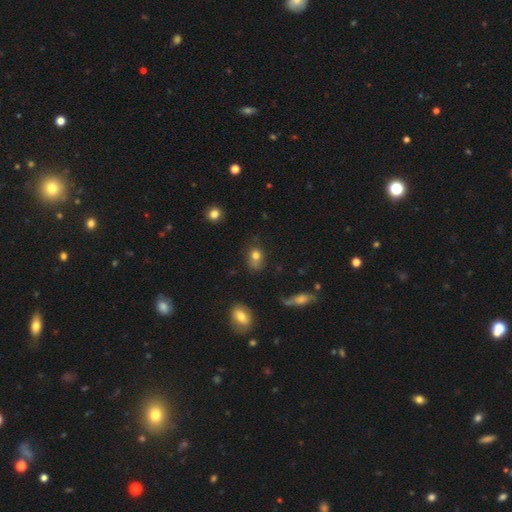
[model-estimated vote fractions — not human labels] The model was most divided on "how rounded": in between: 55%, round: 43%, cigar-shaped: 2%. More confident: smooth or featured — smooth (77%); merging — none (51%).